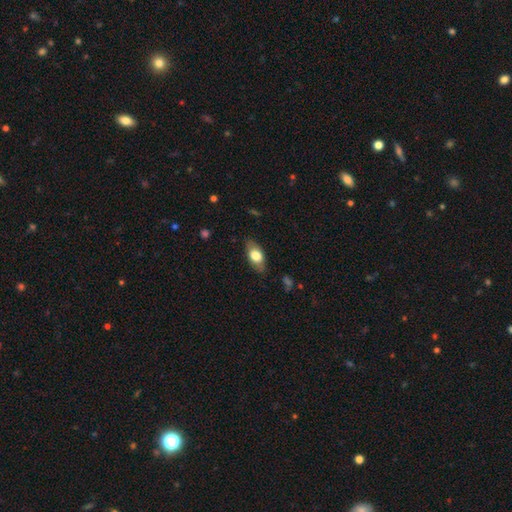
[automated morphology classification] Smooth or featured? smooth (71%)
How rounded? in between (88%)
Merging? none (81%)